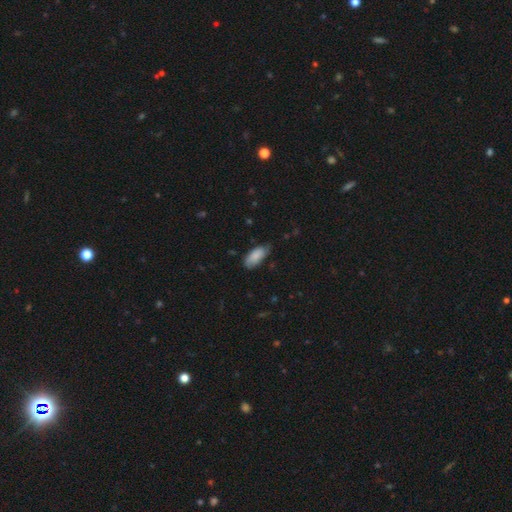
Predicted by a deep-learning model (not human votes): smooth 85%, featured or disk 9%, star or artifact 6%. Down the decision tree: how rounded — in between (89%); merging — none (62%).